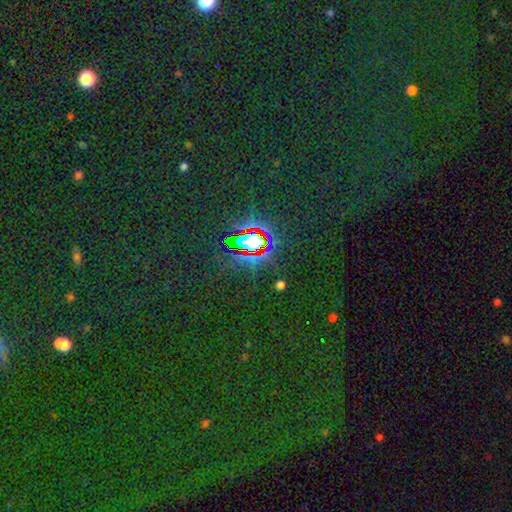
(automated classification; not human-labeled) Smooth or featured?
  - star or artifact: 79% *
  - smooth: 11%
  - featured or disk: 10%